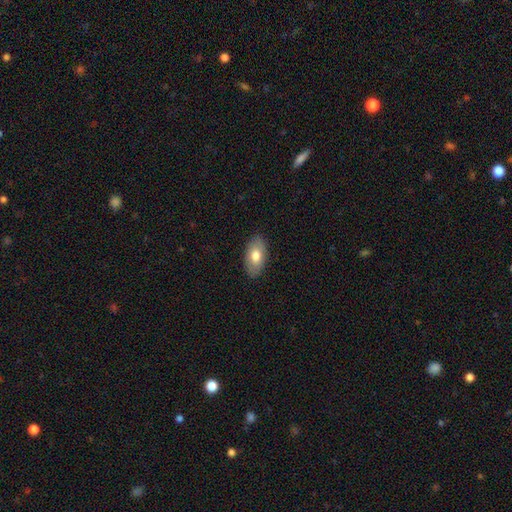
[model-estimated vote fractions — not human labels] The model was most divided on "smooth or featured": smooth: 75%, featured or disk: 19%, star or artifact: 6%. More confident: how rounded — in between (94%); merging — none (88%).